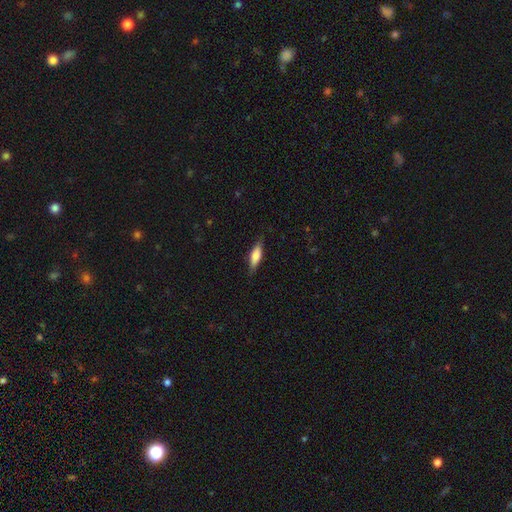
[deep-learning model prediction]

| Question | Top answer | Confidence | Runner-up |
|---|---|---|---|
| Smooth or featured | smooth | 63% | featured or disk (31%) |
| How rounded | cigar-shaped | 56% | in between (42%) |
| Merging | none | 83% | minor disturbance (13%) |